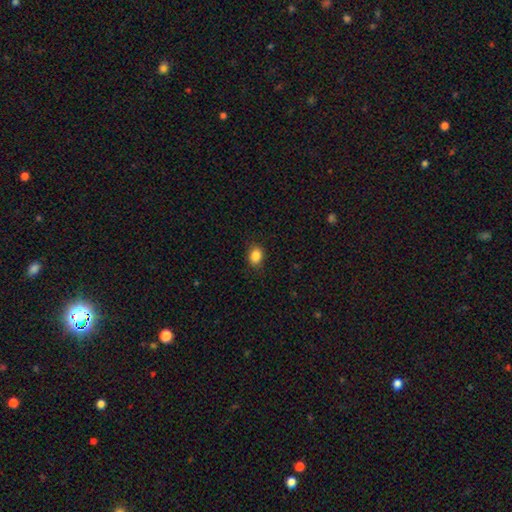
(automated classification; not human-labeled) Smooth or featured?
  - smooth: 86% *
  - star or artifact: 10%
  - featured or disk: 4%
How rounded?
  - in between: 59% *
  - round: 40%
  - cigar-shaped: 1%
Merging?
  - none: 85% *
  - minor disturbance: 11%
  - major disturbance: 3%
  - merger: 1%